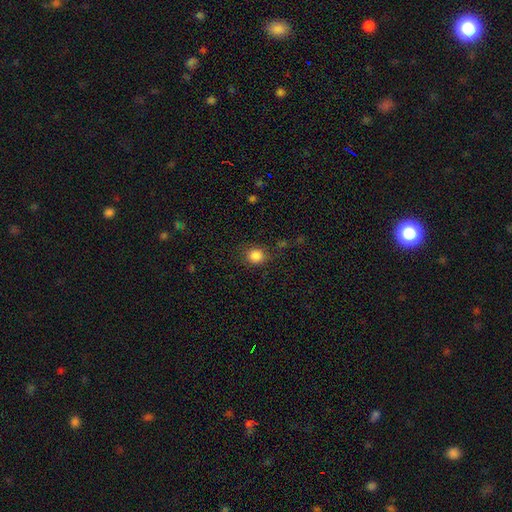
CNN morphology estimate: smooth-or-featured: smooth: 85% | star or artifact: 11% | featured or disk: 4%
  how-rounded: round: 78% | in between: 21% | cigar-shaped: 1%
  merging: none: 80% | minor disturbance: 13% | major disturbance: 5% | merger: 2%